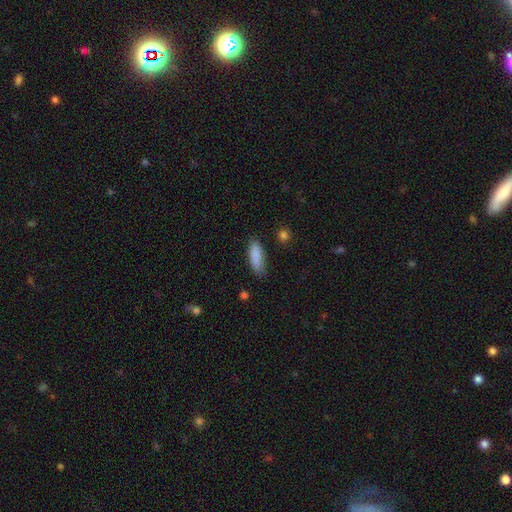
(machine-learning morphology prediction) smooth_or_featured: smooth (p=0.88) [alt: star or artifact p=0.07]
how_rounded: in between (p=0.58) [alt: cigar-shaped p=0.40]
merging: none (p=0.81) [alt: minor disturbance p=0.14]